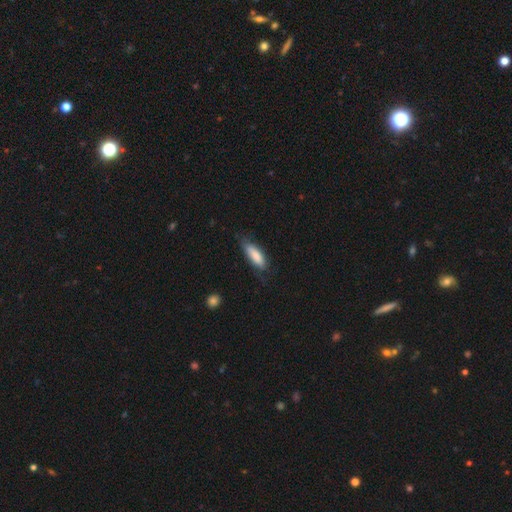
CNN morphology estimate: type=smooth (83%); roundness=in between (53%); merging=none (68%).